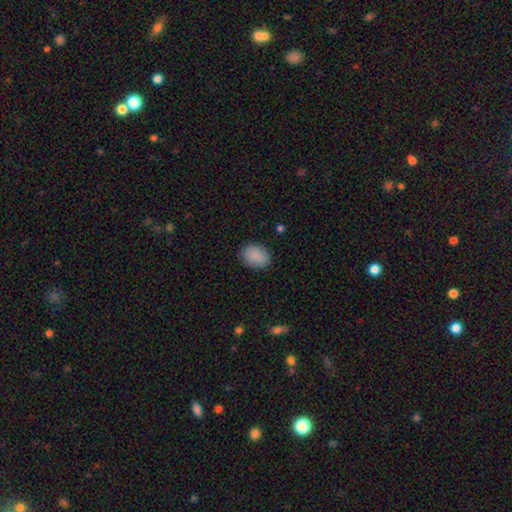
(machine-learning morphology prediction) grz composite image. It shows a smooth galaxy with no disk features (89%) that is in between round and cigar-shaped (66%). Merging: none (86%).